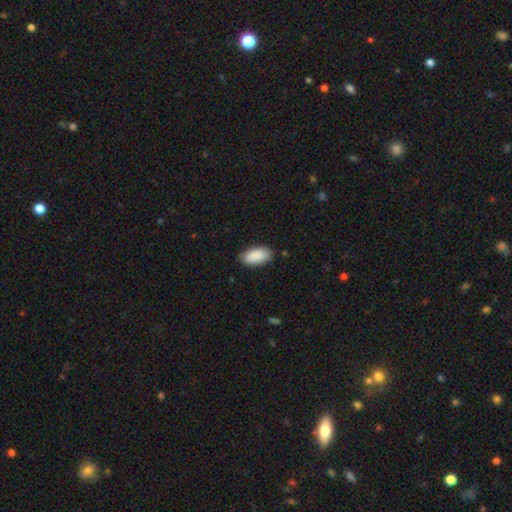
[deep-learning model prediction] Smooth or featured? smooth (90%)
How rounded? in between (93%)
Merging? none (82%)